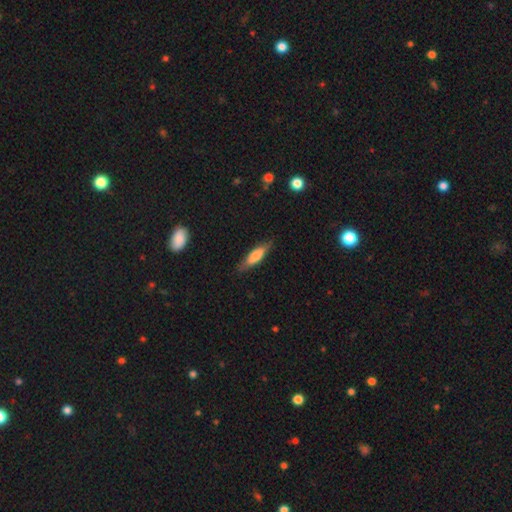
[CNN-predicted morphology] smooth 66%, featured or disk 28%, star or artifact 6%. Down the decision tree: how rounded — cigar-shaped (62%); merging — none (82%).